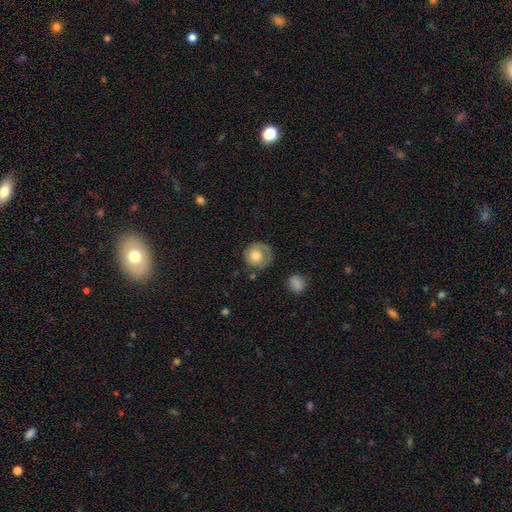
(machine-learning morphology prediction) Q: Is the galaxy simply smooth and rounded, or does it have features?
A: smooth — 60%.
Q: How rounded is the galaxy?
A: round — 88%.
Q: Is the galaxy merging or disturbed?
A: none — 63%.